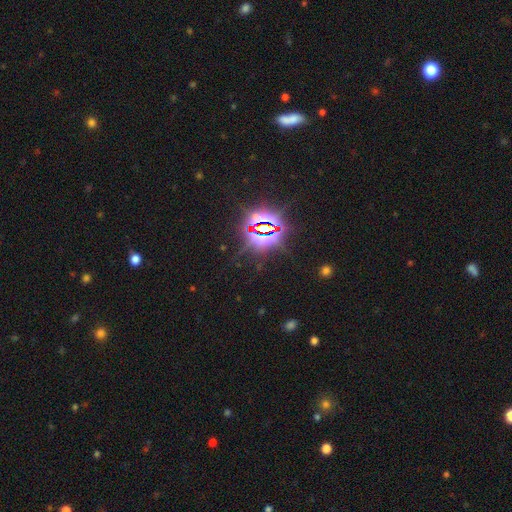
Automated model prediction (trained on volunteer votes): star or artifact 83%, smooth 11%, featured or disk 7%.